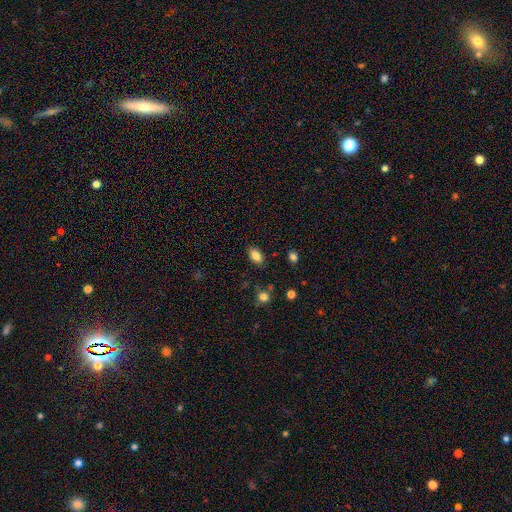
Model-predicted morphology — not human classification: Overall: smooth (85%). How rounded: in between (90%). Merging: none (85%).